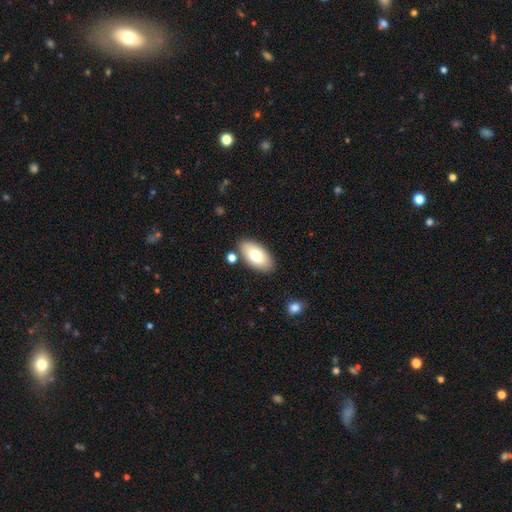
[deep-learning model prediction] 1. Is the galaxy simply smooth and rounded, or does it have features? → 75% smooth, 18% featured or disk, 7% star or artifact.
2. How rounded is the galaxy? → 94% in between, 3% round, 3% cigar-shaped.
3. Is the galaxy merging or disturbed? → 82% none, 11% minor disturbance, 5% merger, 2% major disturbance.